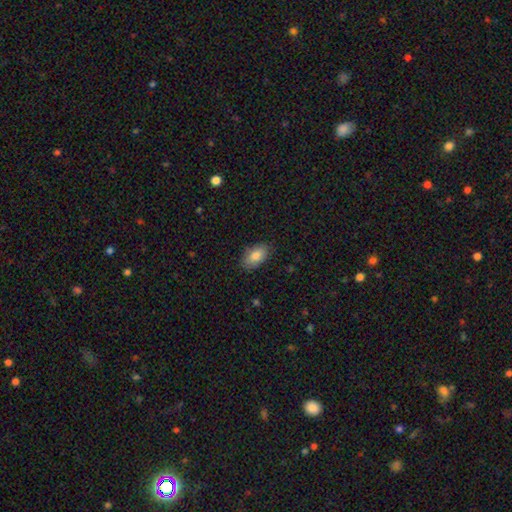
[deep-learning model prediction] smooth_or_featured: smooth (p=0.83) [alt: featured or disk p=0.10]
how_rounded: in between (p=0.92) [alt: round p=0.05]
merging: none (p=0.84) [alt: minor disturbance p=0.12]